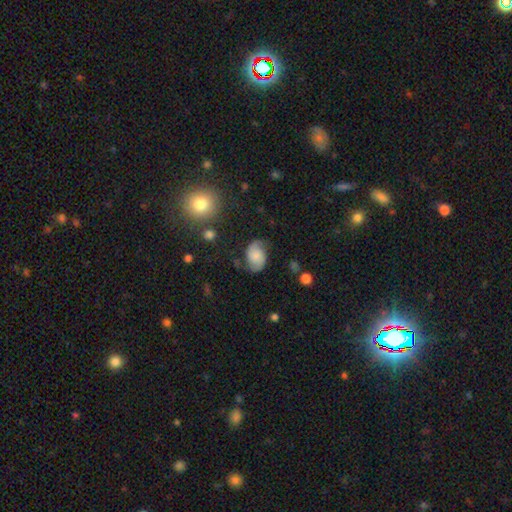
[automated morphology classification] Smooth or featured: featured or disk — 54% (smooth — 37%)
Edge-on disk: no — 97% (yes — 3%)
Bar: no — 69% (weak — 26%)
Spiral arms: yes — 91% (no — 9%)
Bulge size: small — 36% (moderate — 28%)
Merging: none — 66% (minor disturbance — 23%)